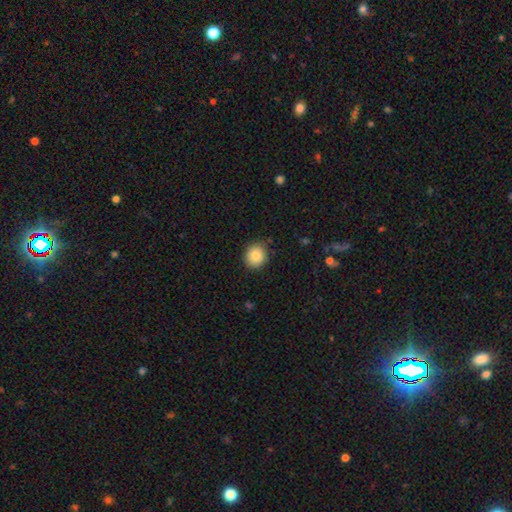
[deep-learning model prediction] The model was most divided on "how rounded": round: 78%, in between: 21%, cigar-shaped: 1%. More confident: smooth or featured — smooth (86%); merging — none (86%).